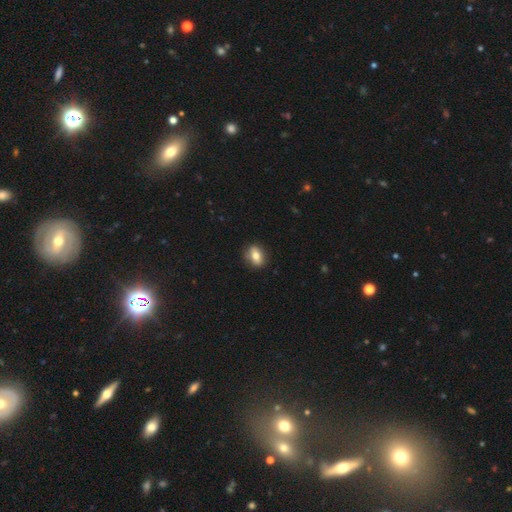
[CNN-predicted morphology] This is likely a smooth galaxy (71%). How rounded: likely in between (67%). Merging: clearly none (86%).